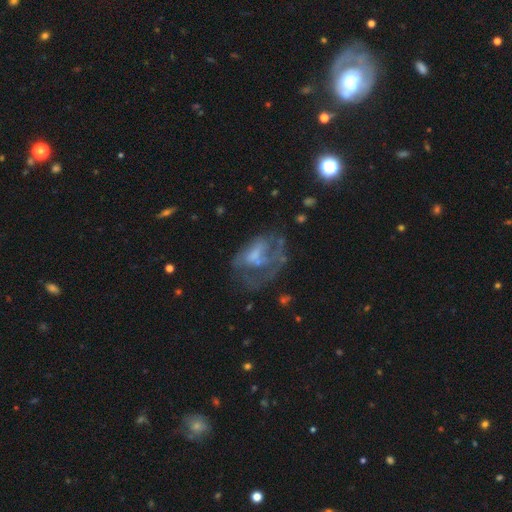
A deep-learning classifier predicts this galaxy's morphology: This appears to be a featured or disk galaxy (59%) with no bar (65%), no spiral arms (64%) and no central bulge (37%). Merging: major disturbance (42%).